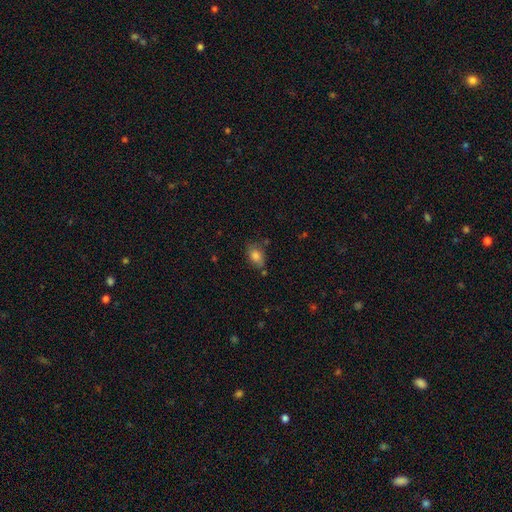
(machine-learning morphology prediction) smooth 80%, featured or disk 10%, star or artifact 9%. Down the decision tree: how rounded — in between (82%); merging — none (67%).